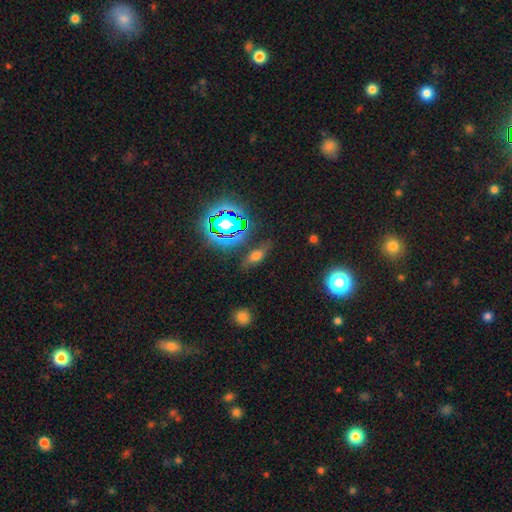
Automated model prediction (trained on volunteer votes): Smooth or featured? Predicted: smooth (p=0.54). How rounded? Predicted: in between (p=0.69). Merging? Predicted: none (p=0.74).